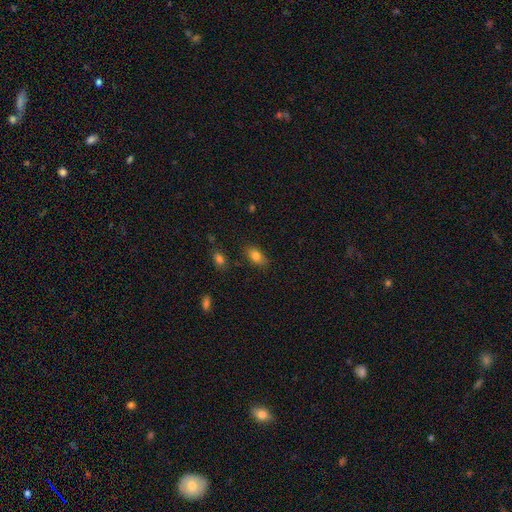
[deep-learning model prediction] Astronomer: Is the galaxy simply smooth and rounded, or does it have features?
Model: smooth — 80%.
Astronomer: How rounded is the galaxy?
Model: in between — 86%.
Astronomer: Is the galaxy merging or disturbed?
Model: none — 82%.